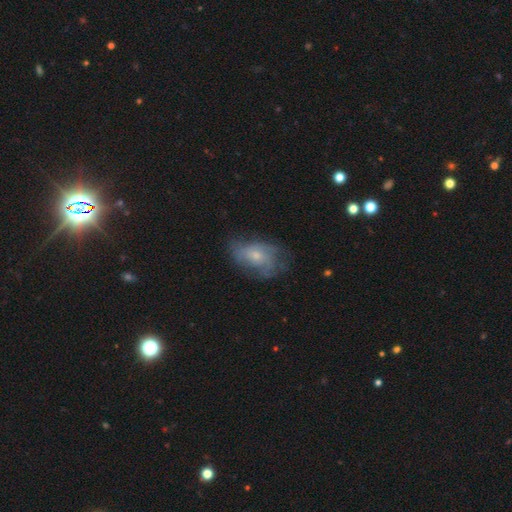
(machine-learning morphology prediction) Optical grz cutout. It shows a featured or disk galaxy (51%). Merging: none (52%).